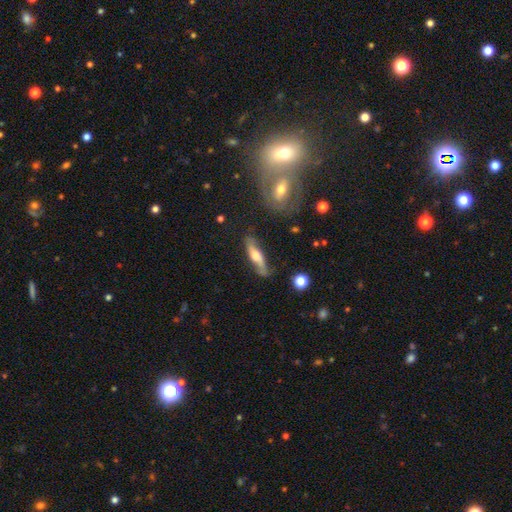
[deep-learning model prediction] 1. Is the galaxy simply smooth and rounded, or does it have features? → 56% featured or disk, 38% smooth, 7% star or artifact.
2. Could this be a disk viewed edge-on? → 61% yes, 39% no.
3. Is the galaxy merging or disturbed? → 71% none, 19% minor disturbance, 6% major disturbance, 3% merger.